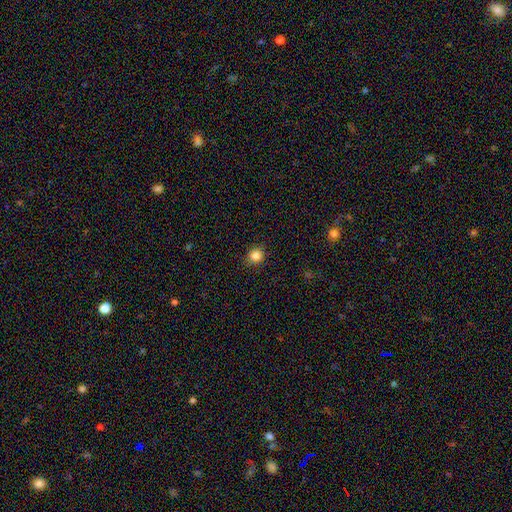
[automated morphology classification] smooth 84%, star or artifact 11%, featured or disk 4%. Down the decision tree: how rounded — round (86%); merging — none (89%).